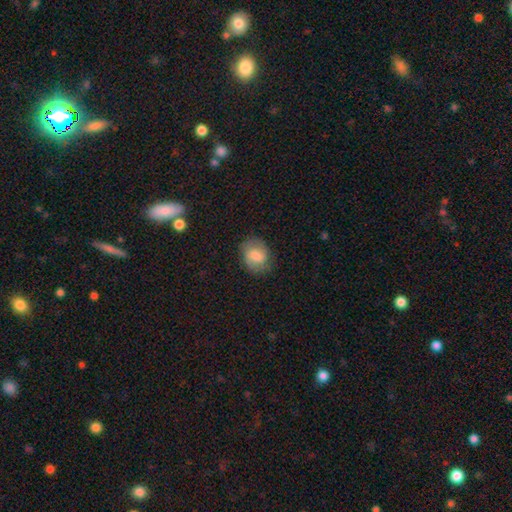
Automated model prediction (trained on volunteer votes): This appears to be a smooth galaxy with no disk features (61%) that is in between round and cigar-shaped (51%). Merging: none (75%).